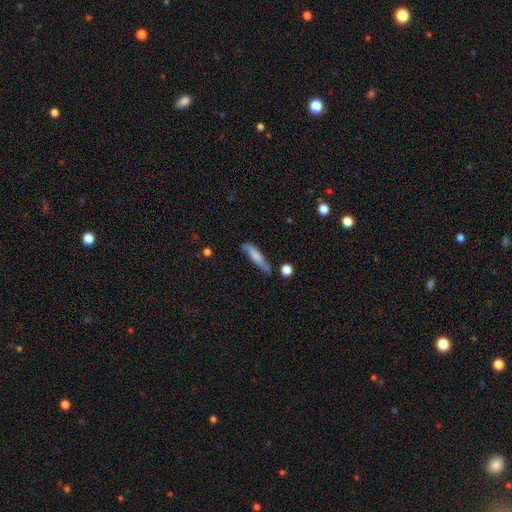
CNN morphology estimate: A smooth galaxy with no disk features (67%) that is cigar-shaped (79%).

Vote fractions:
- Smooth or featured? smooth: 67% / featured or disk: 27% / star or artifact: 7%
- How rounded? cigar-shaped: 79% / in between: 19% / round: 2%
- Merging? none: 64% / minor disturbance: 24% / major disturbance: 6% / merger: 5%